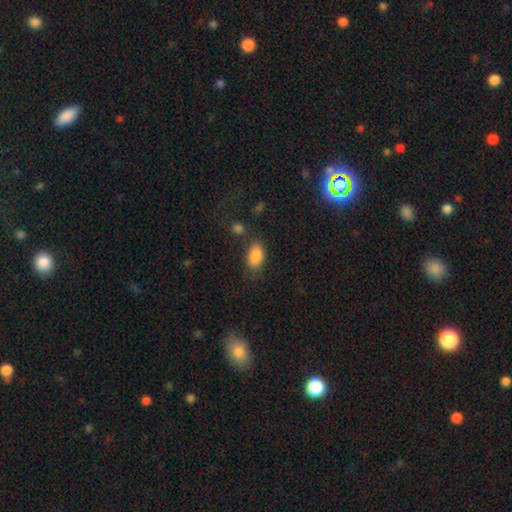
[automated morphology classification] type=smooth (87%); roundness=in between (91%); merging=none (69%).